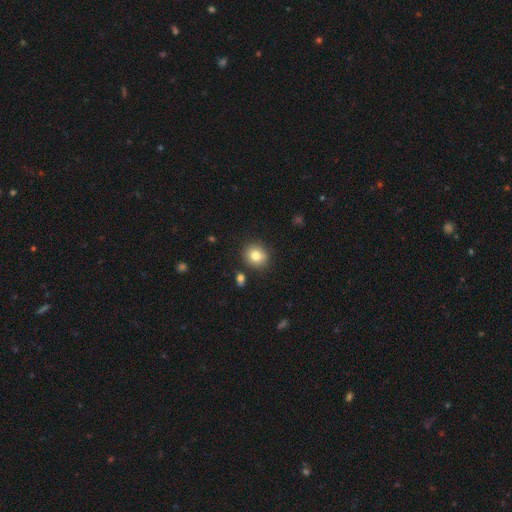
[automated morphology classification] A smooth galaxy with no disk features (81%) that is round (80%). Merging: none (86%).